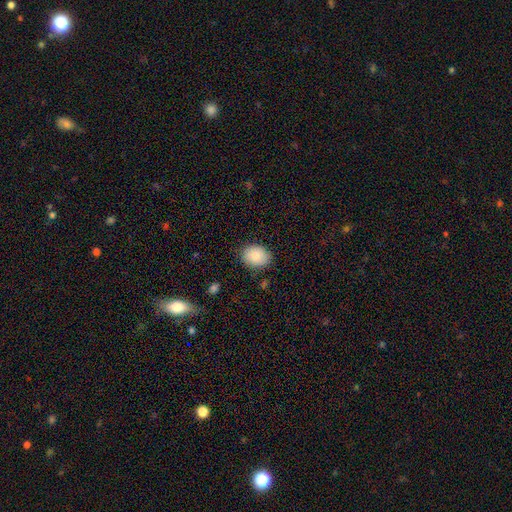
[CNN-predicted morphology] The model was most divided on "how rounded": in between: 59%, round: 40%, cigar-shaped: 1%. More confident: smooth or featured — smooth (87%); merging — none (84%).